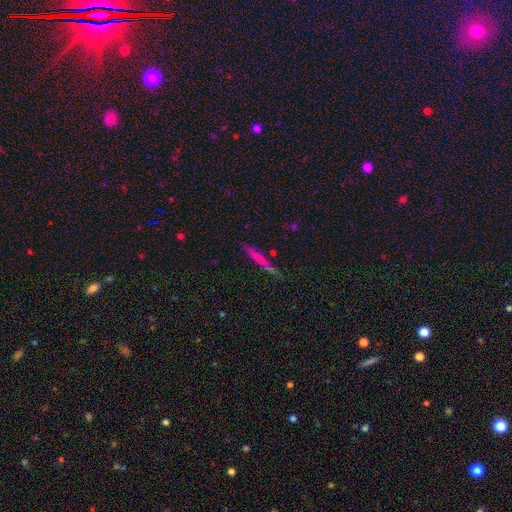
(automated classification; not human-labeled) Overall: smooth (56%; featured or disk 35%). How rounded: cigar-shaped (95%). Merging: none (86%).